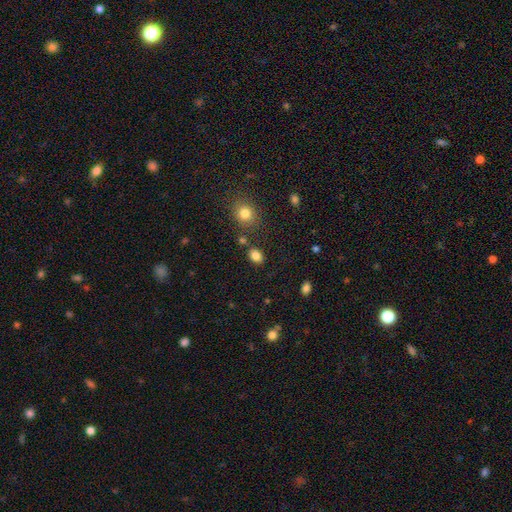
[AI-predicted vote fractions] smooth_or_featured: smooth (p=0.84) [alt: star or artifact p=0.11]
how_rounded: in between (p=0.64) [alt: round p=0.35]
merging: none (p=0.78) [alt: minor disturbance p=0.11]